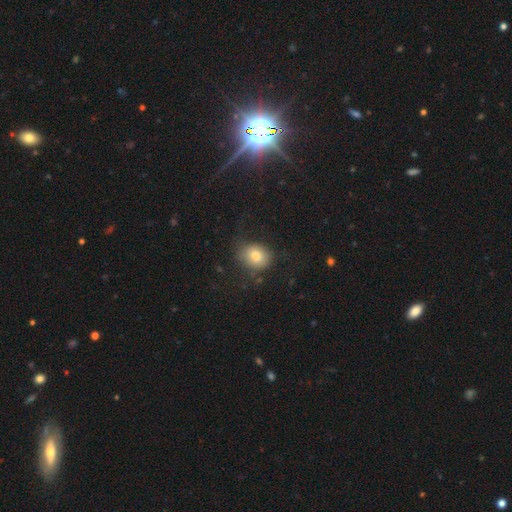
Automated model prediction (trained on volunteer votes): smooth-or-featured: smooth: 80% | featured or disk: 11% | star or artifact: 10%
  how-rounded: round: 56% | in between: 43% | cigar-shaped: 1%
  merging: none: 69% | minor disturbance: 20% | major disturbance: 9% | merger: 2%